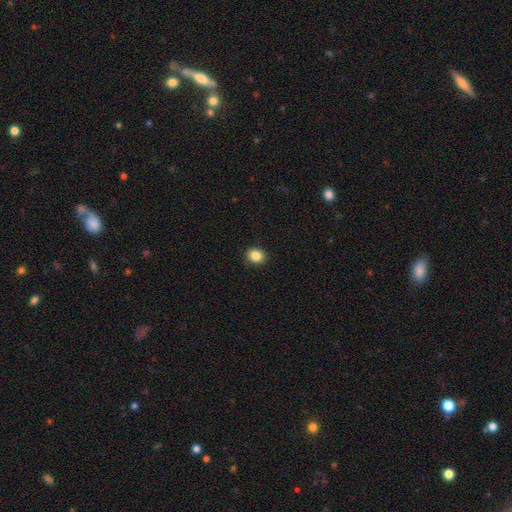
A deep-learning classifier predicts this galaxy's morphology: smooth-or-featured: smooth: 86% | star or artifact: 10% | featured or disk: 5%
  how-rounded: round: 54% | in between: 45% | cigar-shaped: 1%
  merging: none: 88% | minor disturbance: 9% | major disturbance: 2% | merger: 1%